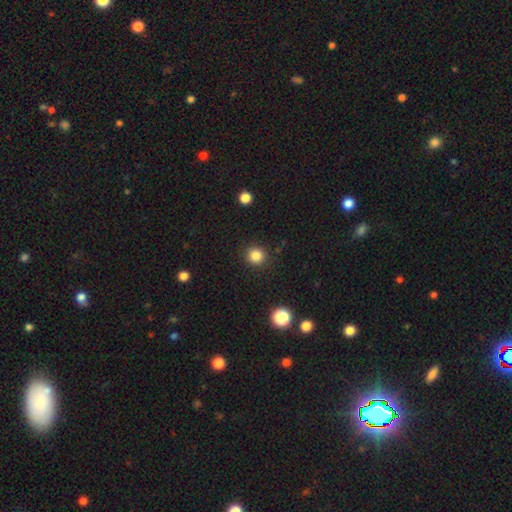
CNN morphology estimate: Overall: smooth (84%). How rounded: round (94%). Merging: none (91%).